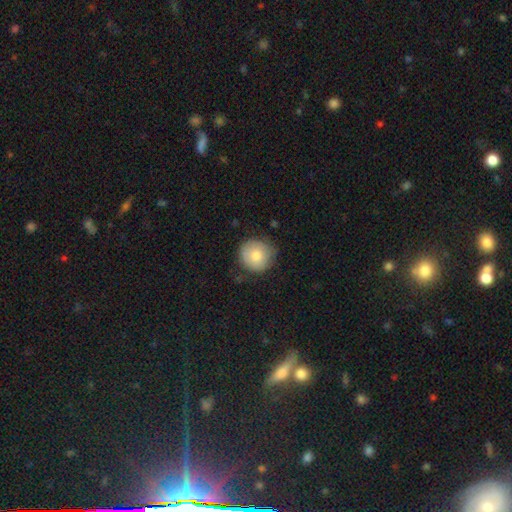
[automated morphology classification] smooth 78%, featured or disk 14%, star or artifact 8%. Down the decision tree: how rounded — round (93%); merging — none (77%).